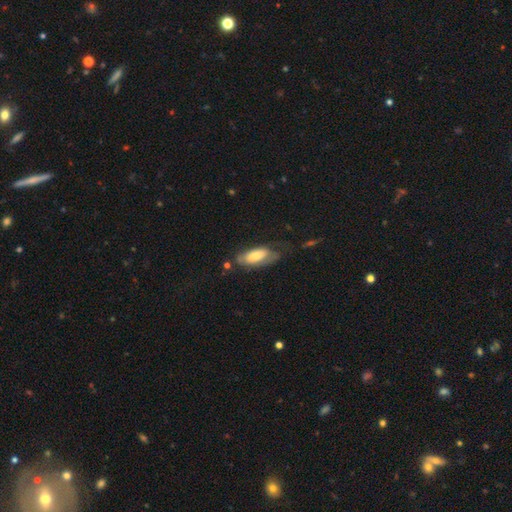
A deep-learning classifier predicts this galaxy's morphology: A smooth galaxy with no disk features (63%) that is in between round and cigar-shaped (82%).

Vote fractions:
- Smooth or featured? smooth: 63% / featured or disk: 31% / star or artifact: 6%
- How rounded? in between: 82% / cigar-shaped: 16% / round: 2%
- Merging? none: 43% / minor disturbance: 31% / major disturbance: 22% / merger: 4%